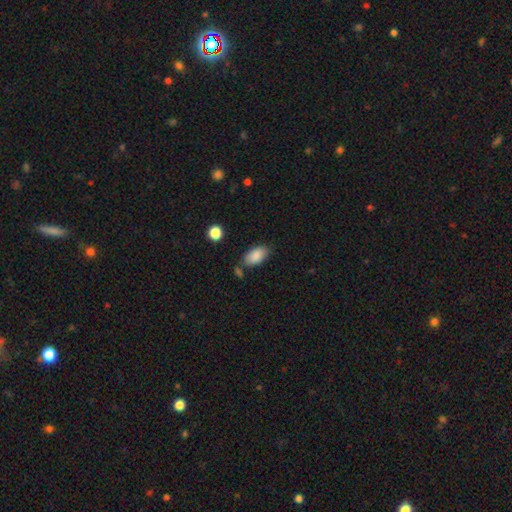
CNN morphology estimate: This is clearly a smooth galaxy (88%). How rounded: clearly in between (94%). Merging: likely none (71%).